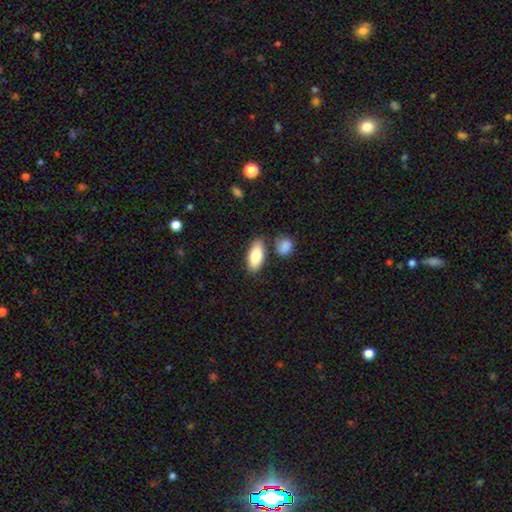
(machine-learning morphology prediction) Q: Smooth or featured?
A: smooth (82%); runner-up: featured or disk (12%)
Q: How rounded?
A: in between (86%); runner-up: cigar-shaped (11%)
Q: Merging?
A: none (77%); runner-up: minor disturbance (12%)